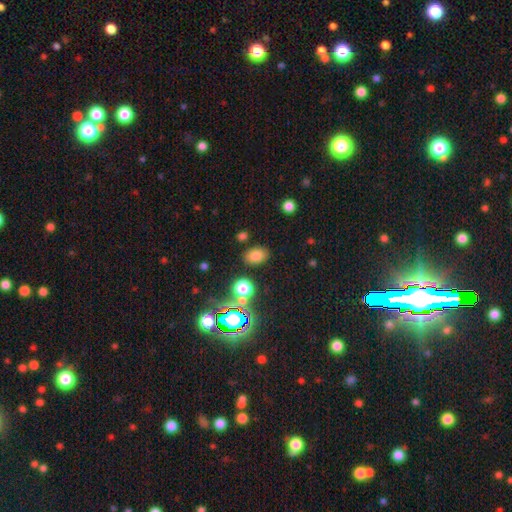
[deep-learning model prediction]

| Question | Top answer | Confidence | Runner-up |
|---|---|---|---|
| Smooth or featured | smooth | 75% | star or artifact (17%) |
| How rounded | in between | 81% | round (18%) |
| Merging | none | 82% | minor disturbance (10%) |